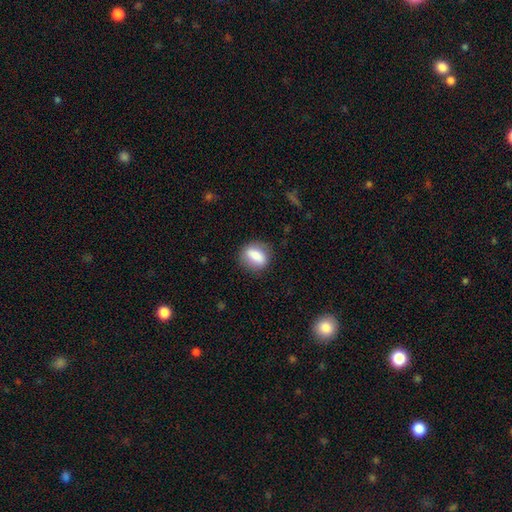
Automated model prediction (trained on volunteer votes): smooth_or_featured: smooth (p=0.78) [alt: featured or disk p=0.15]
how_rounded: in between (p=0.61) [alt: round p=0.34]
merging: none (p=0.81) [alt: minor disturbance p=0.13]